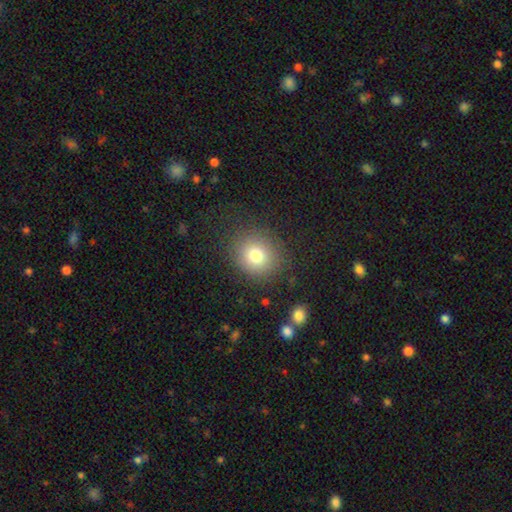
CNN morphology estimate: Smooth or featured: smooth — 77% (star or artifact — 13%)
How rounded: round — 80% (in between — 19%)
Merging: none — 83% (minor disturbance — 10%)